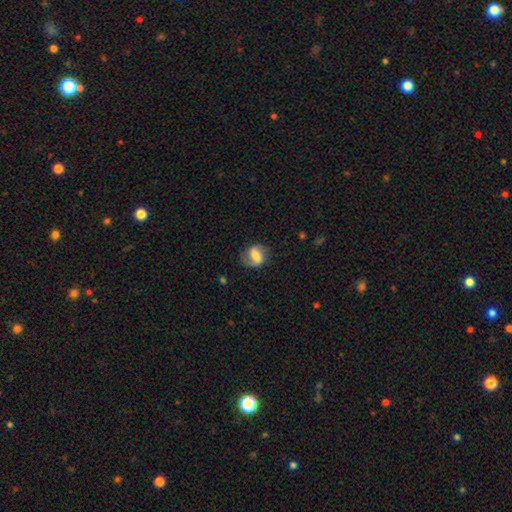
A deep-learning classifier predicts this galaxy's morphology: A featured or disk galaxy (48%).

Vote fractions:
- Smooth or featured? featured or disk: 48% / smooth: 44% / star or artifact: 8%
- Merging? none: 62% / minor disturbance: 22% / major disturbance: 14% / merger: 2%